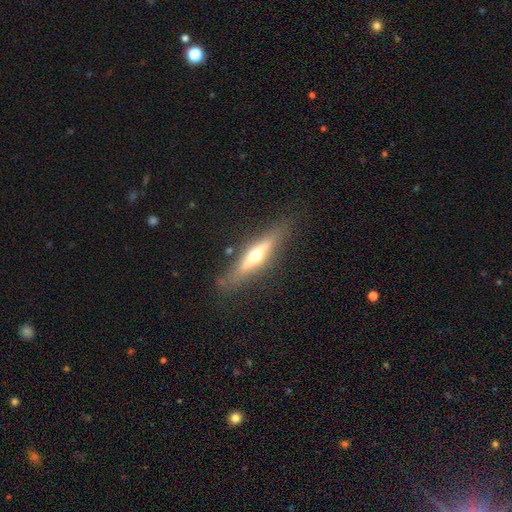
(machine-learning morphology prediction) Smooth or featured? featured or disk (61%)
Edge-on disk? yes (89%)
Edge-on bulge? rounded (92%)
Merging? none (81%)